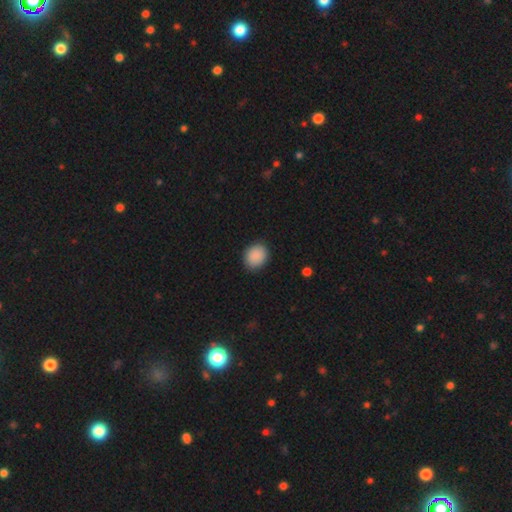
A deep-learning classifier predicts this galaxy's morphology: A smooth galaxy with no disk features (89%) that is round (57%). Merging: none (87%).